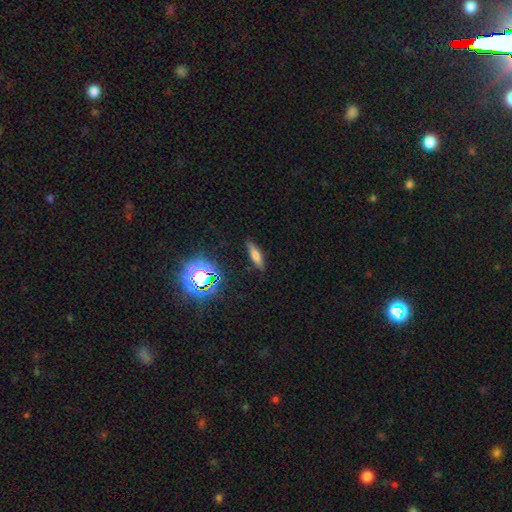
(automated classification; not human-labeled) Smooth or featured? smooth (63%)
How rounded? cigar-shaped (60%)
Merging? none (86%)